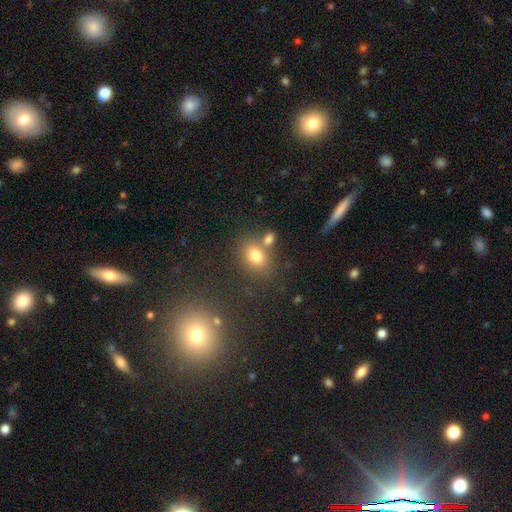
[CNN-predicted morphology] A smooth galaxy with no disk features (77%) that is in between round and cigar-shaped (59%). Merging: none (60%).